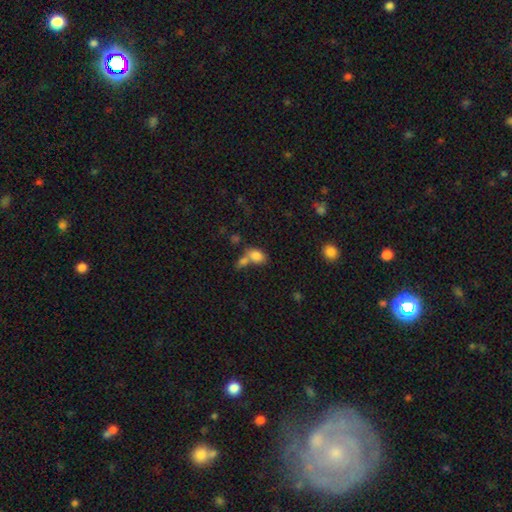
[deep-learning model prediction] Q: Smooth or featured?
A: smooth (82%); runner-up: star or artifact (10%)
Q: How rounded?
A: in between (84%); runner-up: round (14%)
Q: Merging?
A: merger (51%); runner-up: none (33%)